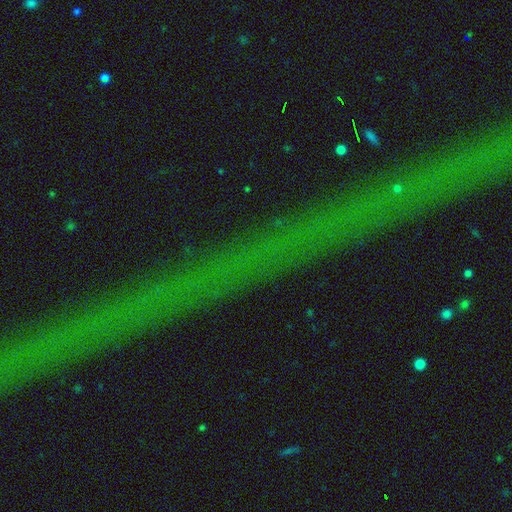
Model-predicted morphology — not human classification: Smooth or featured? Predicted: star or artifact (p=0.76).